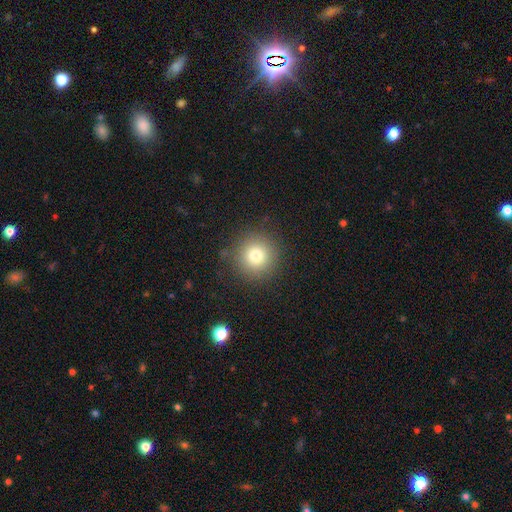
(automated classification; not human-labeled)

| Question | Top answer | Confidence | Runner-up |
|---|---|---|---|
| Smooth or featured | smooth | 77% | star or artifact (13%) |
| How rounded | round | 95% | in between (4%) |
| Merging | none | 88% | minor disturbance (8%) |